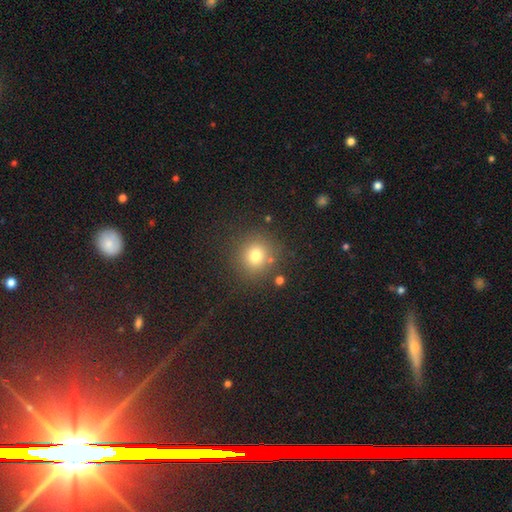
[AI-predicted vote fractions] A smooth galaxy with no disk features (76%) that is round (90%). Merging: none (83%).